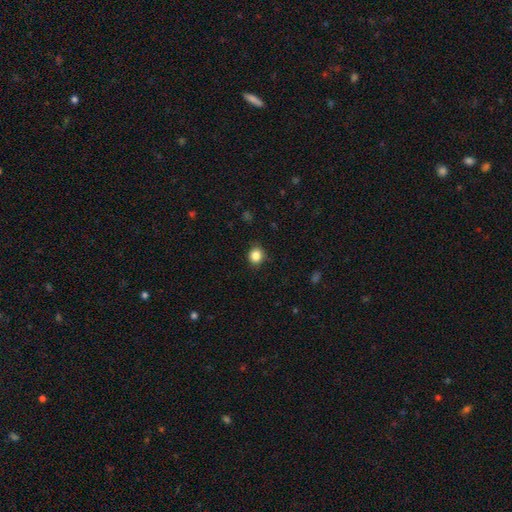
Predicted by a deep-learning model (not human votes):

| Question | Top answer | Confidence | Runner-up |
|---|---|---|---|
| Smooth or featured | smooth | 85% | star or artifact (11%) |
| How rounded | round | 78% | in between (22%) |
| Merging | none | 85% | minor disturbance (11%) |